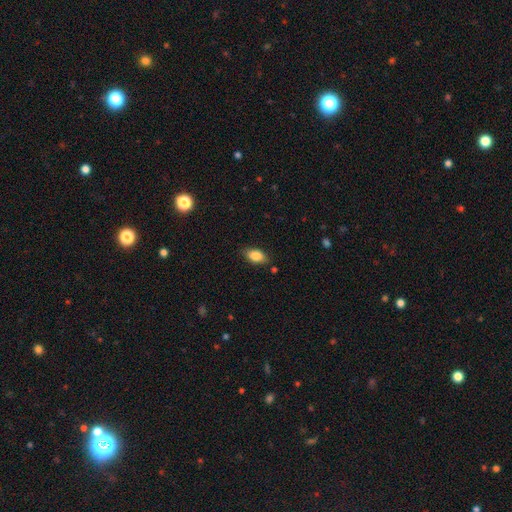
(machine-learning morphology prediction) A smooth galaxy with no disk features (86%) that is in between round and cigar-shaped (90%). Merging: none (82%).